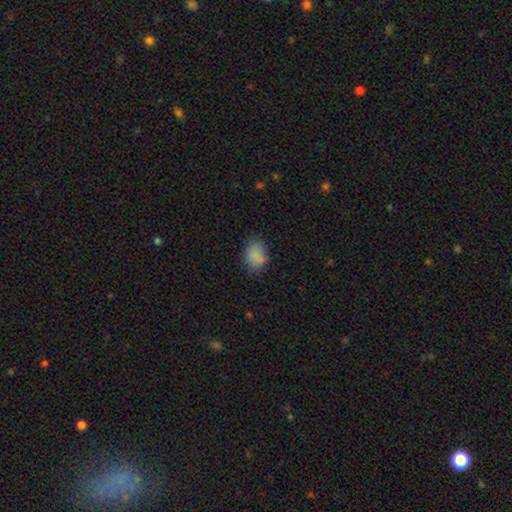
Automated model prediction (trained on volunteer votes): The model was most divided on "how rounded": in between: 69%, round: 30%, cigar-shaped: 1%. More confident: smooth or featured — smooth (85%); merging — none (73%).